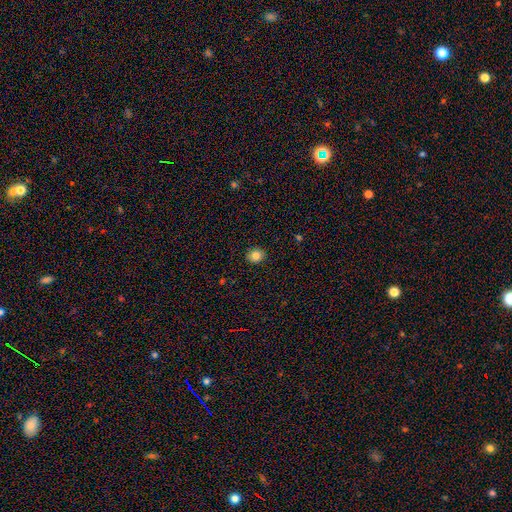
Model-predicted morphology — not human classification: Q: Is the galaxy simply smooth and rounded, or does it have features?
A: smooth — 83%.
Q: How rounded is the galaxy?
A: round — 71%.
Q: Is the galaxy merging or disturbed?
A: none — 91%.